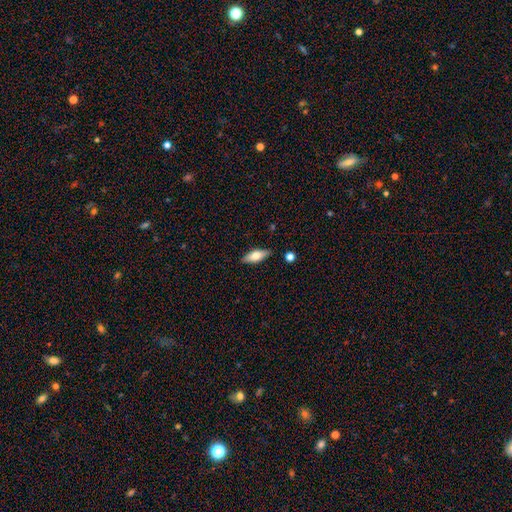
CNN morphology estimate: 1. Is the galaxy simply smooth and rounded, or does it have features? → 61% smooth, 32% featured or disk, 6% star or artifact.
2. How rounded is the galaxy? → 67% in between, 31% cigar-shaped, 3% round.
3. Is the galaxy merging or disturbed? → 86% none, 10% minor disturbance, 2% merger, 2% major disturbance.